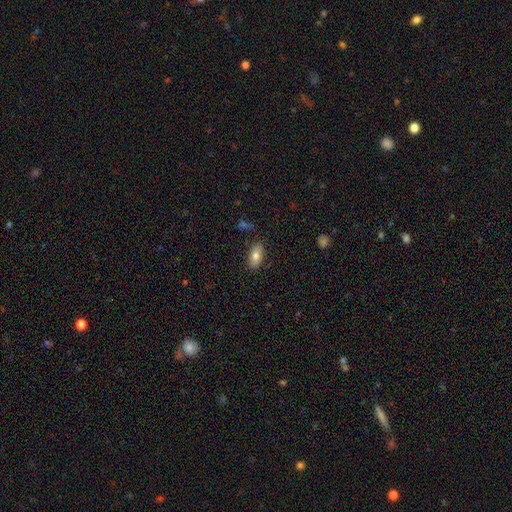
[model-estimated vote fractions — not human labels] Morphology: type=smooth (80%); roundness=in between (91%); merging=none (85%).